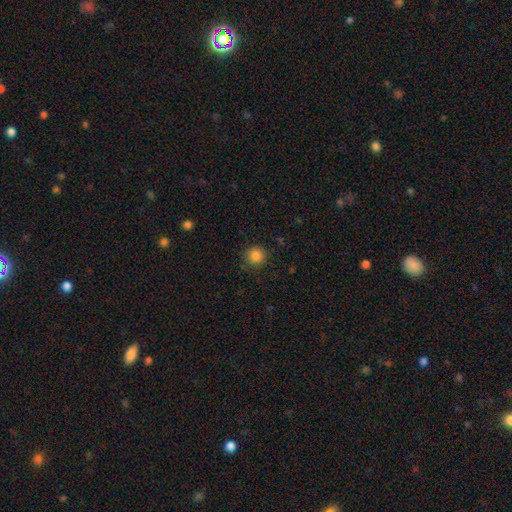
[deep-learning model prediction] A smooth galaxy with no disk features (85%) that is round (93%). Merging: none (86%).